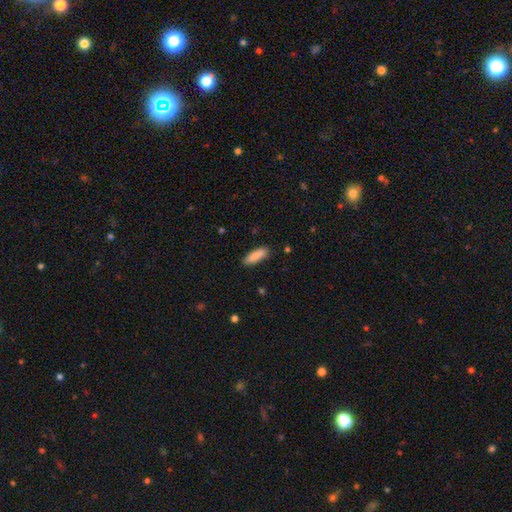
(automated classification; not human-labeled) A smooth galaxy with no disk features (88%) that is in between round and cigar-shaped (53%).

Vote fractions:
- Smooth or featured? smooth: 88% / star or artifact: 6% / featured or disk: 6%
- How rounded? in between: 53% / cigar-shaped: 45% / round: 1%
- Merging? none: 87% / minor disturbance: 10% / major disturbance: 2% / merger: 1%